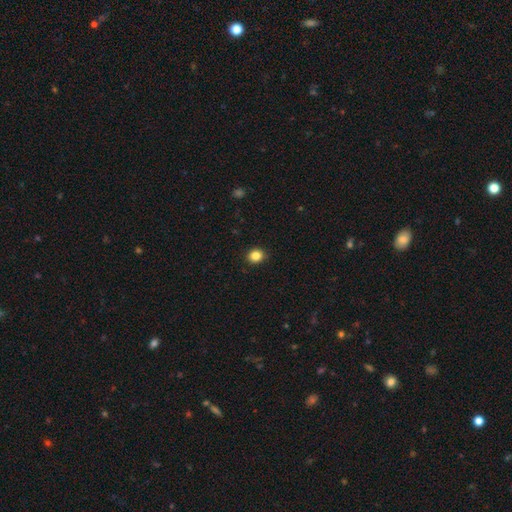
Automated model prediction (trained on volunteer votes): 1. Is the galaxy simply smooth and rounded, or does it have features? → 85% smooth, 10% star or artifact, 4% featured or disk.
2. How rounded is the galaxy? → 72% round, 27% in between, 1% cigar-shaped.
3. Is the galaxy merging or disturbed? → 91% none, 7% minor disturbance, 2% major disturbance, 1% merger.